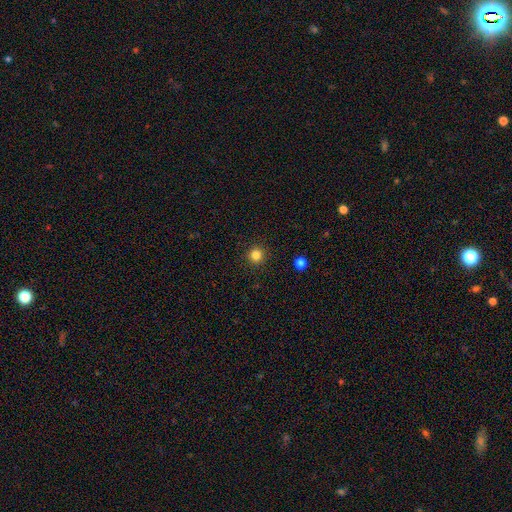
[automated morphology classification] Overall: smooth (83%). How rounded: round (95%). Merging: none (92%).